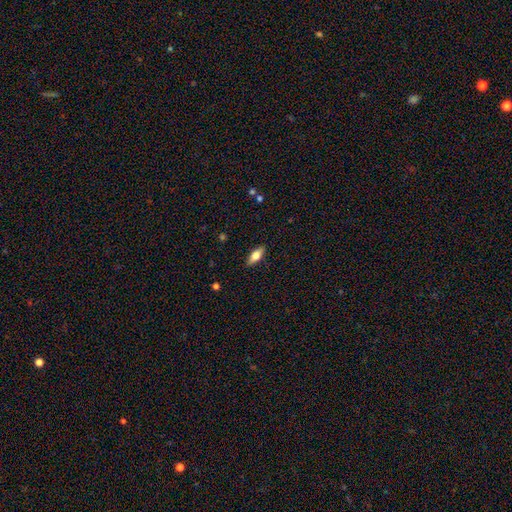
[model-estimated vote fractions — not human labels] This appears to be a smooth galaxy with no disk features (68%) that is in between round and cigar-shaped (75%). Merging: none (88%).